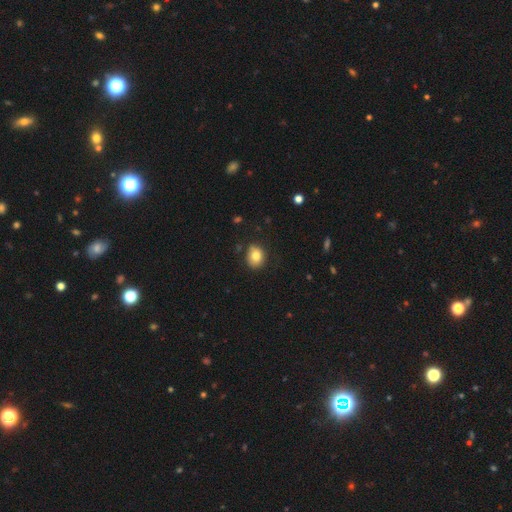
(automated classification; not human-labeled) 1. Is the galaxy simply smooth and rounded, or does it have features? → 80% smooth, 10% featured or disk, 10% star or artifact.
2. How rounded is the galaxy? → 58% round, 41% in between, 1% cigar-shaped.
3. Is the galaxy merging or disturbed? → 79% none, 15% minor disturbance, 3% major disturbance, 2% merger.